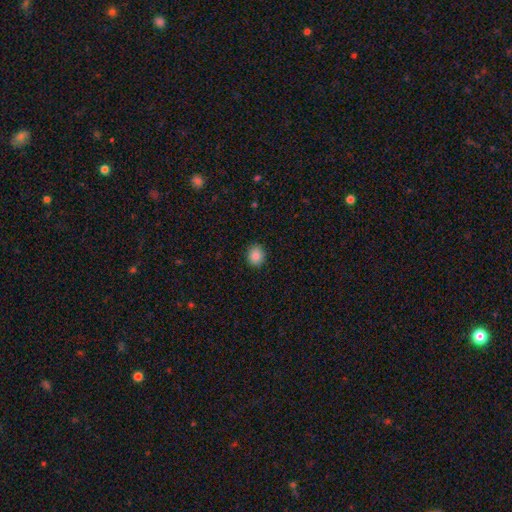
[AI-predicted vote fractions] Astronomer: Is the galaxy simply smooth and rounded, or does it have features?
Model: smooth — 86%.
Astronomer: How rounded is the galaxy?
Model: round — 77%.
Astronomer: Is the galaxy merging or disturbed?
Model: none — 90%.